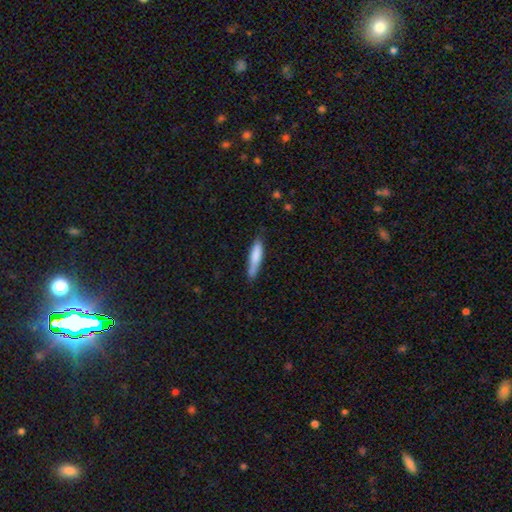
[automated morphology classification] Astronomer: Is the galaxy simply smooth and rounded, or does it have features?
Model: smooth — 78%.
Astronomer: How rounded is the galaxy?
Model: cigar-shaped — 81%.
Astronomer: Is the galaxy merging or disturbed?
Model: none — 68%.